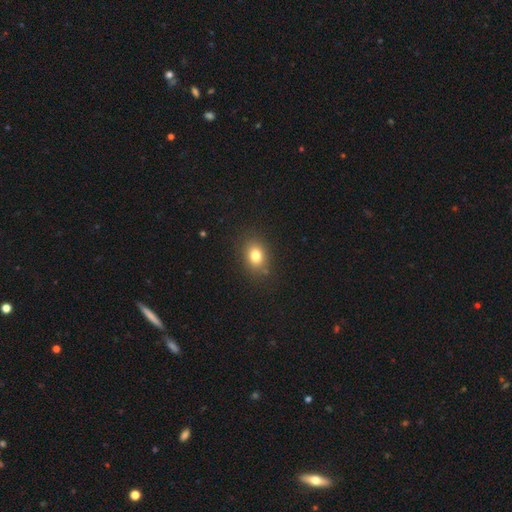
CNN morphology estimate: This is likely a smooth galaxy (79%). How rounded: possibly in between (59%). Merging: clearly none (83%).